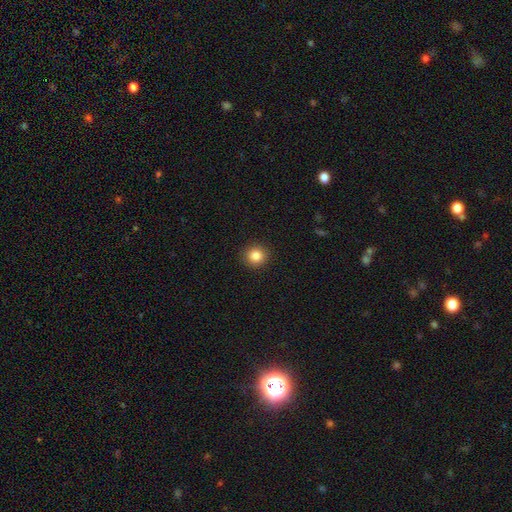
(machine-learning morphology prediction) A smooth galaxy with no disk features (85%) that is round (92%). Merging: none (92%).